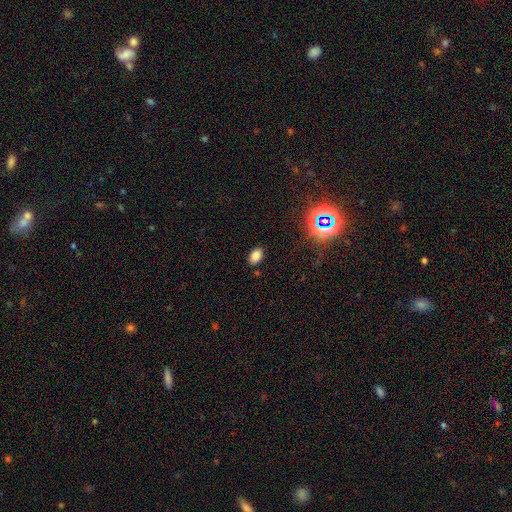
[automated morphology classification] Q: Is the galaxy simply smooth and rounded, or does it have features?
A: smooth — 80%.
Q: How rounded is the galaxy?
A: in between — 84%.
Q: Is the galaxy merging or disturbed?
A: none — 86%.